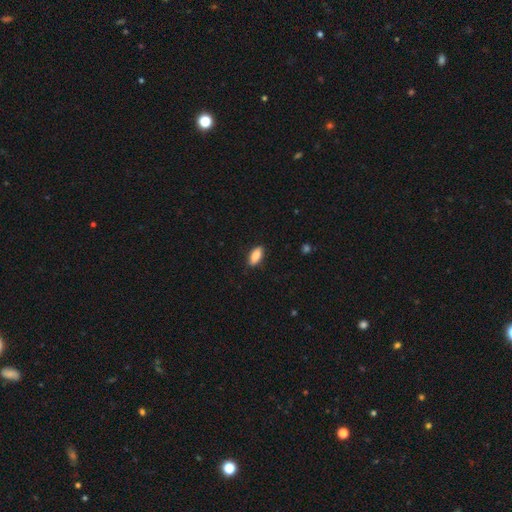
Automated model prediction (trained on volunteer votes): smooth 87%, star or artifact 7%, featured or disk 6%. Down the decision tree: how rounded — in between (86%); merging — none (86%).